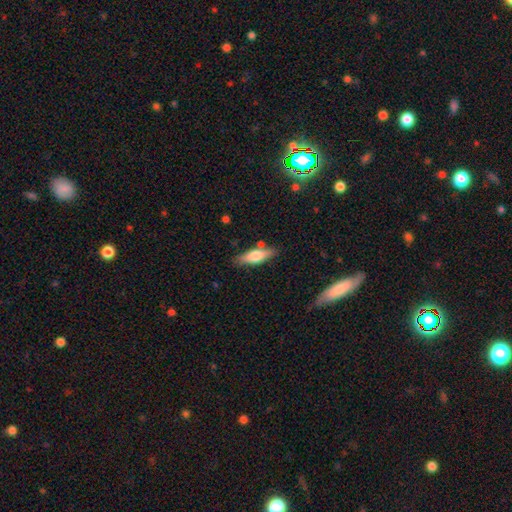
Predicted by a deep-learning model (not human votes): Q: Smooth or featured?
A: smooth (64%); runner-up: featured or disk (30%)
Q: How rounded?
A: cigar-shaped (50%); runner-up: in between (48%)
Q: Merging?
A: none (78%); runner-up: minor disturbance (14%)